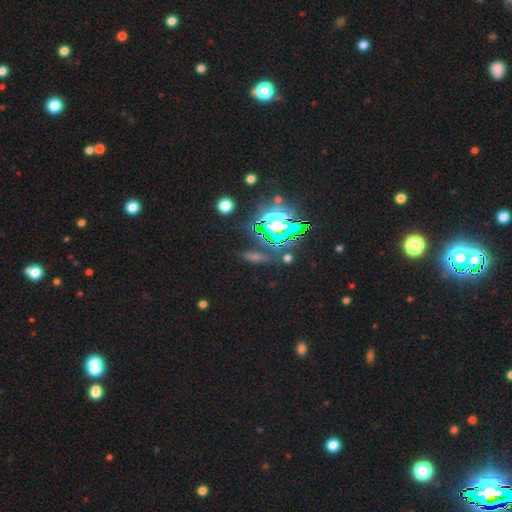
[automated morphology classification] The model was most divided on "smooth or featured": star or artifact: 63%, smooth: 21%, featured or disk: 16%.